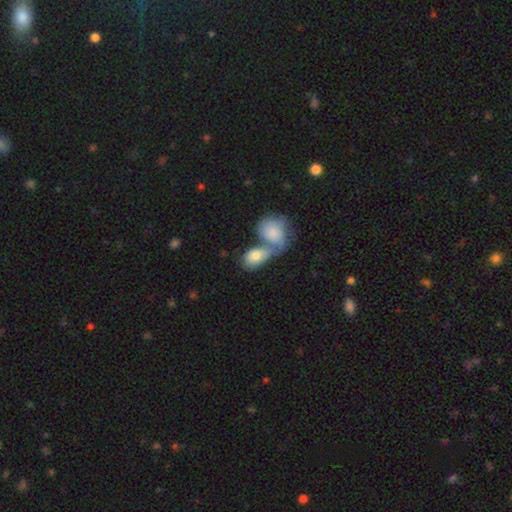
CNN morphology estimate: smooth-or-featured: smooth: 74% | featured or disk: 20% | star or artifact: 6%
  how-rounded: in between: 85% | round: 12% | cigar-shaped: 2%
  merging: merger: 64% | none: 21% | minor disturbance: 9% | major disturbance: 6%